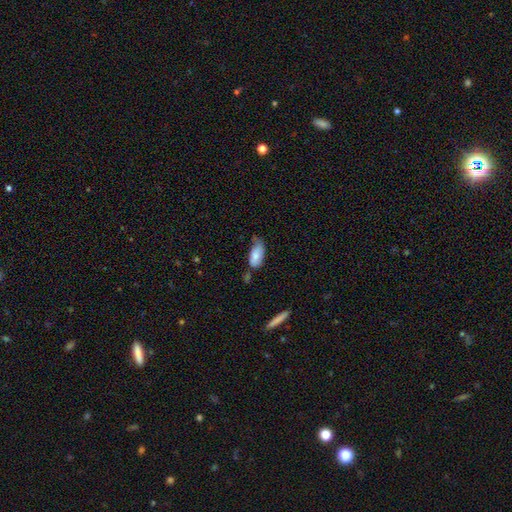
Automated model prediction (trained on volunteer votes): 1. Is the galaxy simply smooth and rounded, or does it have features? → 76% smooth, 17% featured or disk, 7% star or artifact.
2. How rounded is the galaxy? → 90% in between, 7% cigar-shaped, 2% round.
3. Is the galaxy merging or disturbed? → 42% minor disturbance, 36% none, 15% major disturbance, 7% merger.